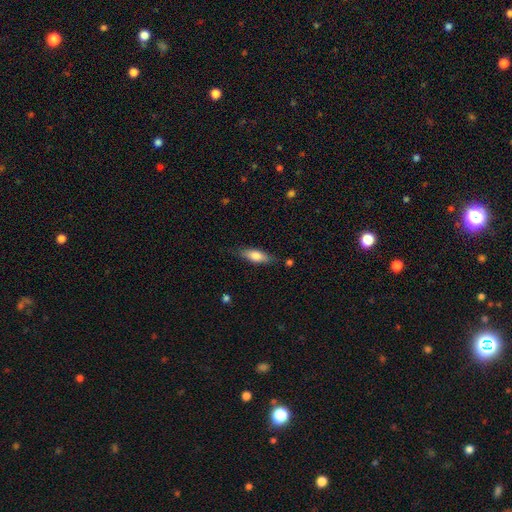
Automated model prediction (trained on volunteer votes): smooth-or-featured: smooth: 71% | featured or disk: 22% | star or artifact: 6%
  how-rounded: in between: 61% | cigar-shaped: 36% | round: 2%
  merging: none: 78% | minor disturbance: 16% | major disturbance: 4% | merger: 2%